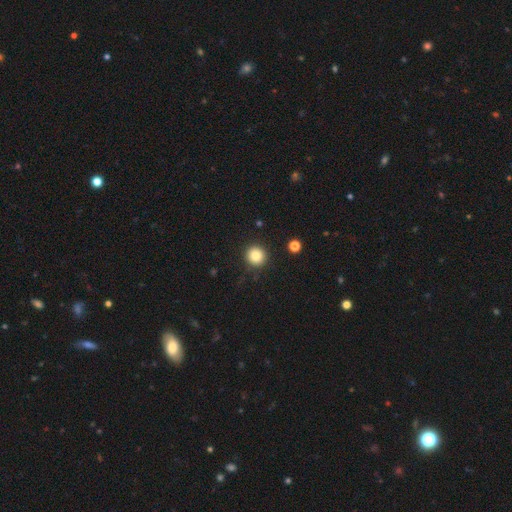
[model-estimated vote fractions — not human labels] A smooth galaxy with no disk features (84%) that is round (94%). Merging: none (90%).